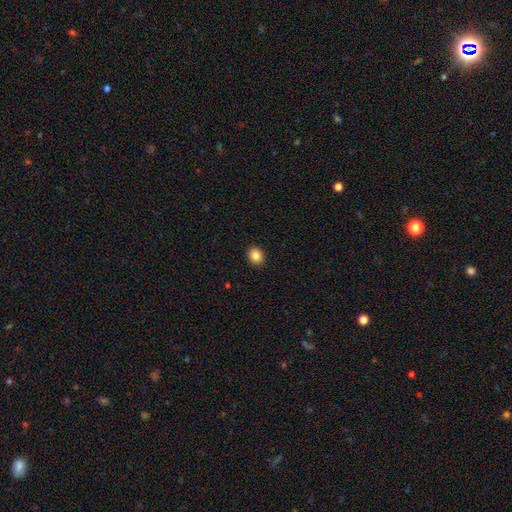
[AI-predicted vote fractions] The model was most divided on "how rounded": round: 65%, in between: 35%, cigar-shaped: 1%. More confident: merging — none (92%); smooth or featured — smooth (85%).